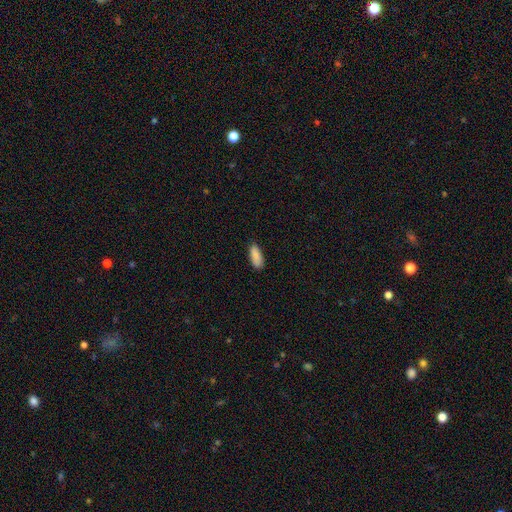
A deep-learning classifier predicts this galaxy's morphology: Overall: smooth (89%). How rounded: in between (75%). Merging: none (85%).